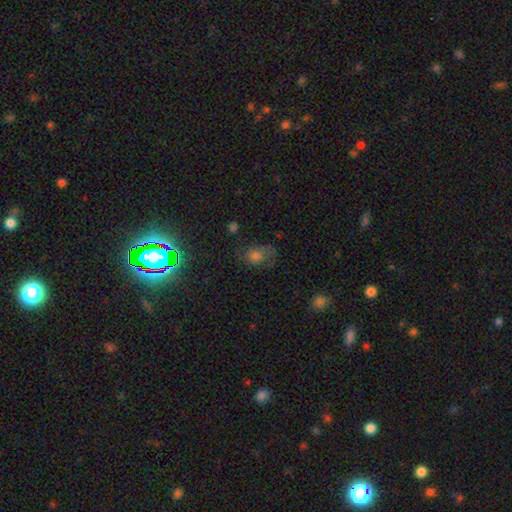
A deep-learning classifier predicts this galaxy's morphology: A smooth galaxy with no disk features (52%) that is in between round and cigar-shaped (62%).

Vote fractions:
- Smooth or featured? smooth: 52% / star or artifact: 25% / featured or disk: 23%
- How rounded? in between: 62% / round: 36% / cigar-shaped: 2%
- Merging? none: 48% / minor disturbance: 25% / major disturbance: 23% / merger: 4%